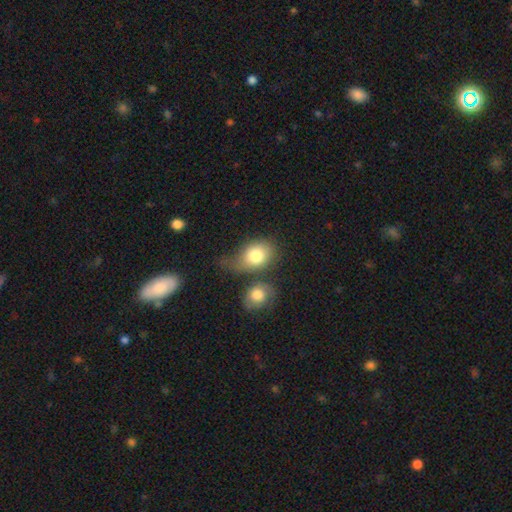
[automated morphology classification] smooth 80%, featured or disk 13%, star or artifact 7%. Down the decision tree: how rounded — in between (66%); merging — none (38%).